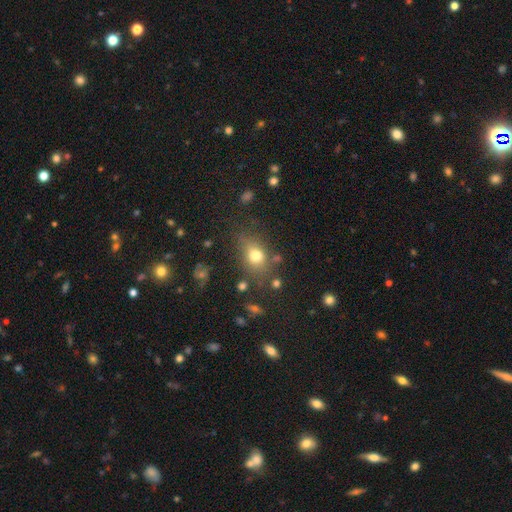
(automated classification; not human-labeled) A smooth galaxy with no disk features (74%) that is in between round and cigar-shaped (68%).

Vote fractions:
- Smooth or featured? smooth: 74% / star or artifact: 14% / featured or disk: 12%
- How rounded? in between: 68% / round: 29% / cigar-shaped: 3%
- Merging? none: 65% / minor disturbance: 19% / major disturbance: 9% / merger: 7%